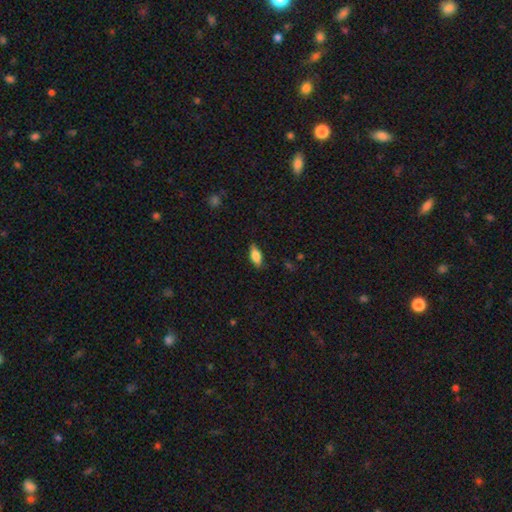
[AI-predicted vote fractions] Q: Smooth or featured?
A: smooth (78%); runner-up: featured or disk (15%)
Q: How rounded?
A: in between (82%); runner-up: cigar-shaped (15%)
Q: Merging?
A: none (85%); runner-up: minor disturbance (12%)